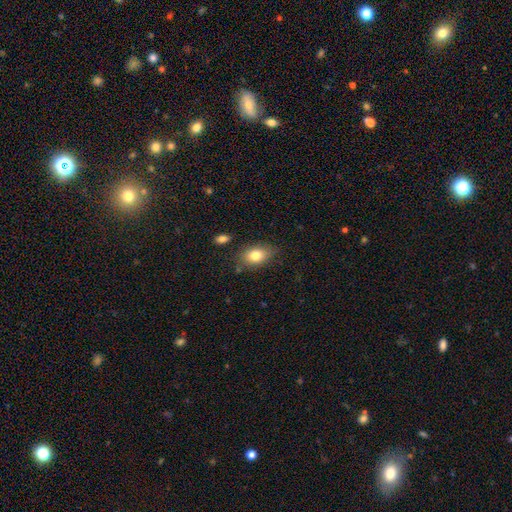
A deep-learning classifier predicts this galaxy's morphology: Overall: smooth (80%). How rounded: in between (83%). Merging: none (77%).